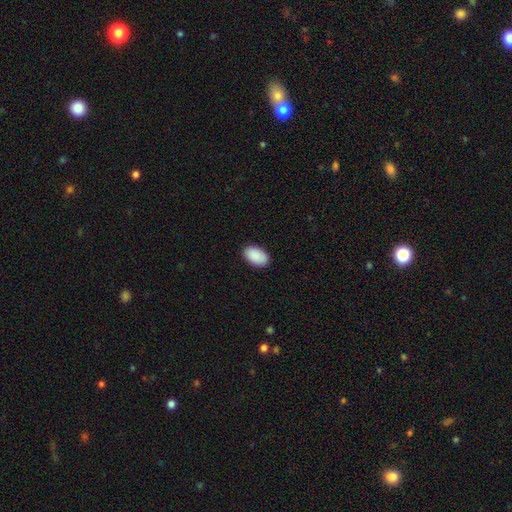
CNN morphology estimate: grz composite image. It shows a smooth galaxy with no disk features (91%) that is in between round and cigar-shaped (94%). Merging: none (89%).